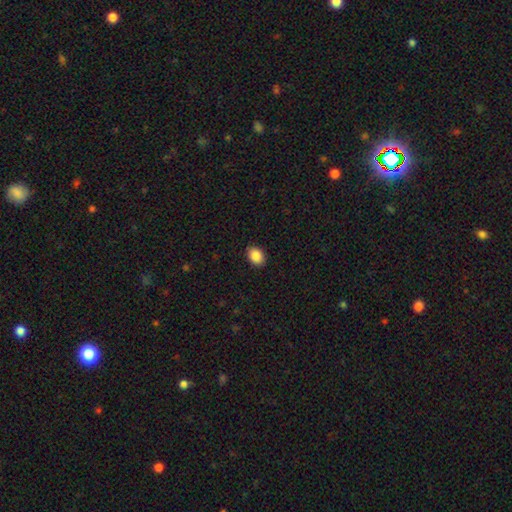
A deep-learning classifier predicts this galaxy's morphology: smooth-or-featured: smooth: 88% | star or artifact: 8% | featured or disk: 4%
  how-rounded: in between: 73% | round: 26% | cigar-shaped: 1%
  merging: none: 90% | minor disturbance: 7% | major disturbance: 2% | merger: 1%